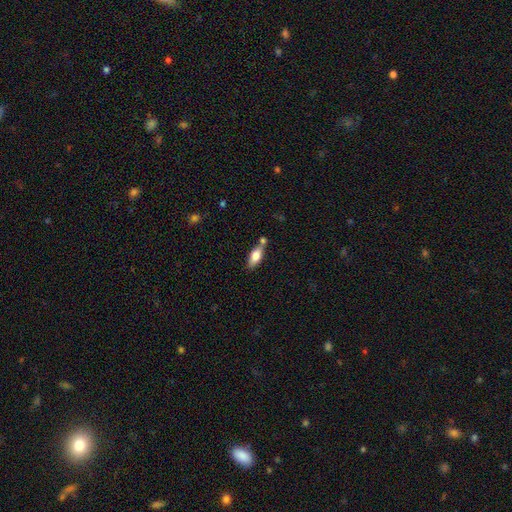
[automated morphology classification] A smooth galaxy with no disk features (72%) that is in between round and cigar-shaped (76%). Merging: none (61%).